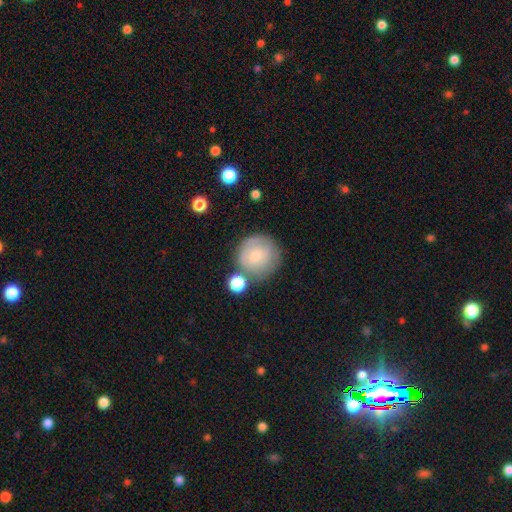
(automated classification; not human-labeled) Morphology: type=smooth (68%); roundness=round (93%); merging=none (63%).